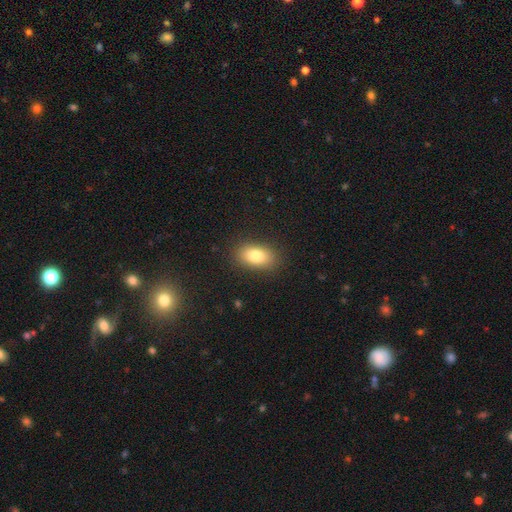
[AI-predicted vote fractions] Overall: smooth (81%). How rounded: in between (89%). Merging: none (87%).